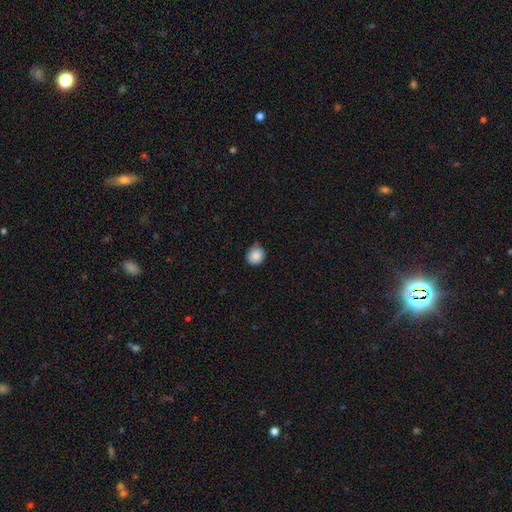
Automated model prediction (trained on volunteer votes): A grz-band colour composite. It shows a smooth galaxy with no disk features (87%) that is round (84%). Merging: none (73%).